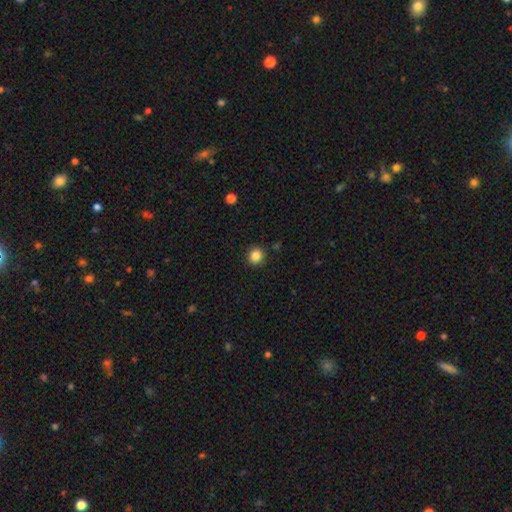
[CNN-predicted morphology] This appears to be a smooth galaxy with no disk features (85%) that is round (89%). Merging: none (90%).